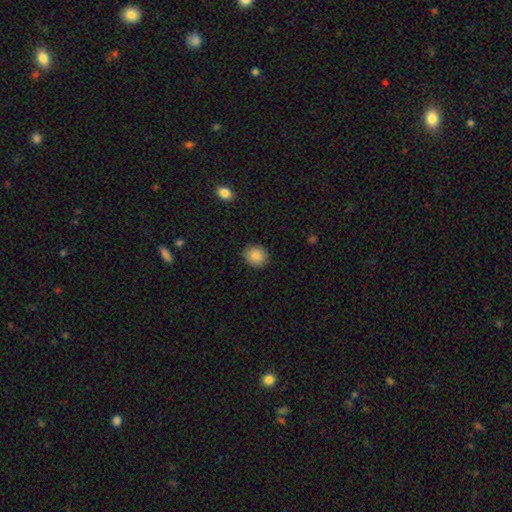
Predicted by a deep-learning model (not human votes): The model was most divided on "how rounded": round: 76%, in between: 23%, cigar-shaped: 1%. More confident: merging — none (88%); smooth or featured — smooth (87%).